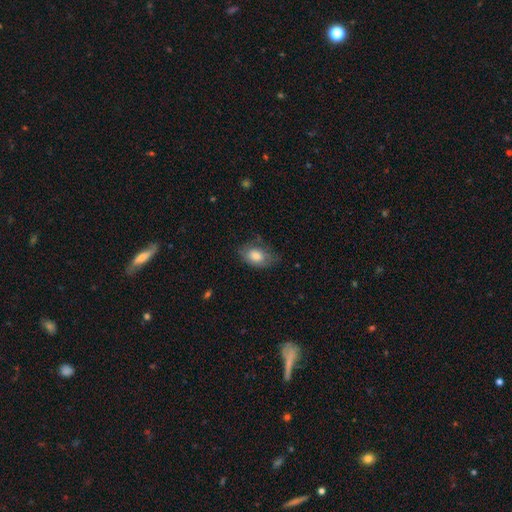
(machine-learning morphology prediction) Q: Smooth or featured?
A: smooth (71%); runner-up: featured or disk (21%)
Q: How rounded?
A: in between (85%); runner-up: round (13%)
Q: Merging?
A: none (59%); runner-up: minor disturbance (29%)